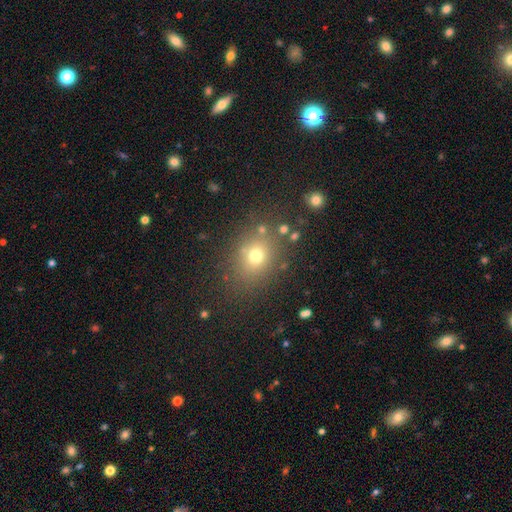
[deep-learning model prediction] Q: Smooth or featured?
A: smooth (70%); runner-up: star or artifact (19%)
Q: How rounded?
A: round (57%); runner-up: in between (42%)
Q: Merging?
A: none (79%); runner-up: minor disturbance (11%)